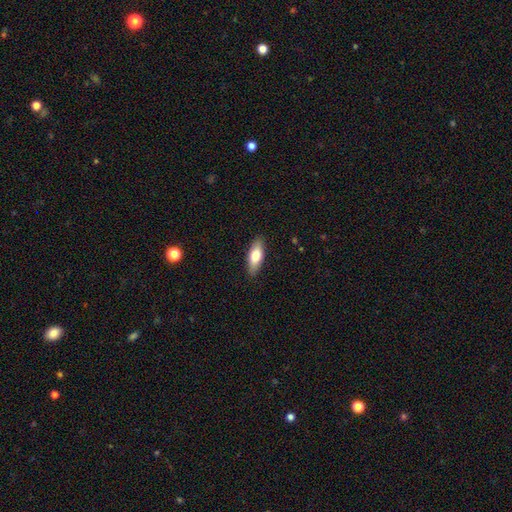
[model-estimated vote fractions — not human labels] Smooth or featured: smooth — 71% (featured or disk — 23%)
How rounded: in between — 68% (cigar-shaped — 30%)
Merging: none — 88% (minor disturbance — 9%)